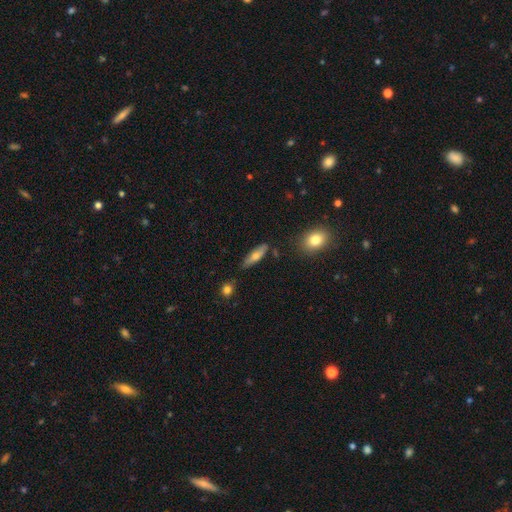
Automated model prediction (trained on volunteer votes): This is likely a smooth galaxy (63%). How rounded: possibly cigar-shaped (56%). Merging: likely none (72%).